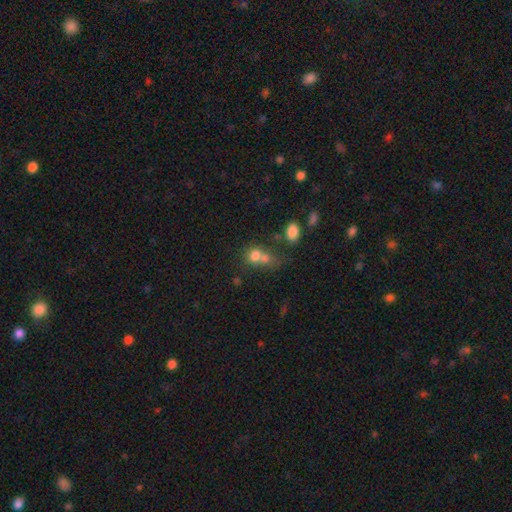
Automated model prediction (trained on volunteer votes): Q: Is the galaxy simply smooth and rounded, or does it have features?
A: smooth — 73%.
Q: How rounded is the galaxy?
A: round — 64%.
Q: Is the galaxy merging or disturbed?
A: merger — 57%.